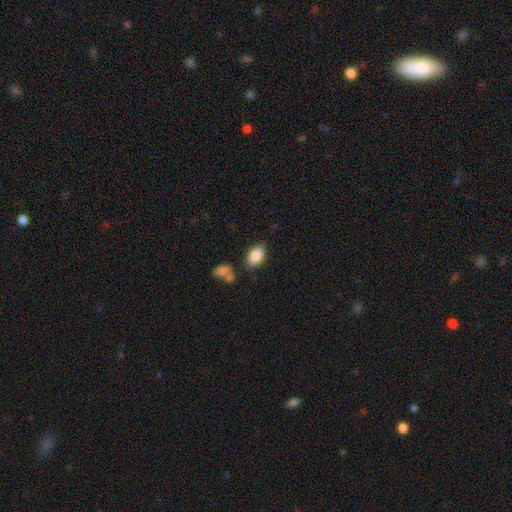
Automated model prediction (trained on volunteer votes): smooth-or-featured: smooth: 86% | star or artifact: 7% | featured or disk: 7%
  how-rounded: in between: 92% | round: 6% | cigar-shaped: 2%
  merging: none: 77% | minor disturbance: 13% | merger: 6% | major disturbance: 4%